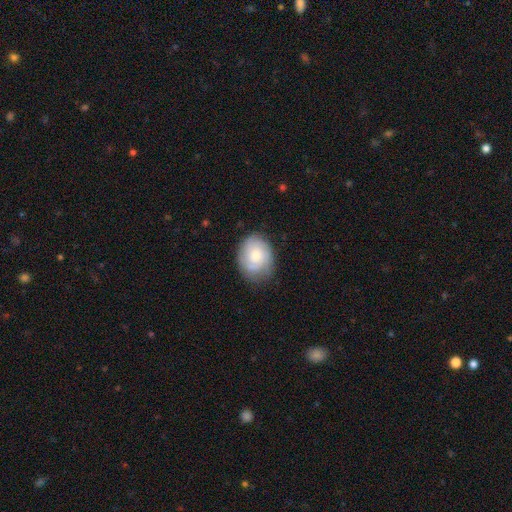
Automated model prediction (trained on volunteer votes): The model was most divided on "smooth or featured": featured or disk: 49%, smooth: 44%, star or artifact: 7%. More confident: merging — none (72%).